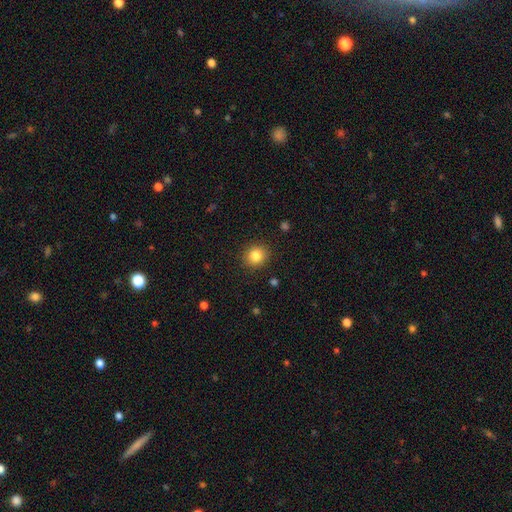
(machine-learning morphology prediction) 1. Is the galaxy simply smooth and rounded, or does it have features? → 83% smooth, 11% star or artifact, 6% featured or disk.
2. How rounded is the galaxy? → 82% round, 17% in between, 1% cigar-shaped.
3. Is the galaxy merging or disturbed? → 90% none, 7% minor disturbance, 2% major disturbance, 1% merger.